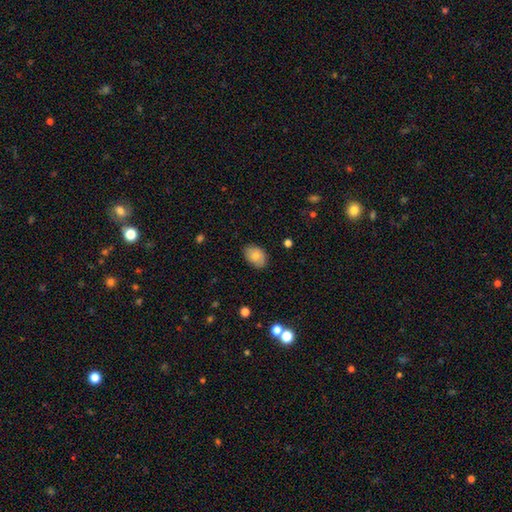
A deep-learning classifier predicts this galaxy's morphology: This is likely a smooth galaxy (79%). How rounded: clearly in between (82%). Merging: clearly none (82%).